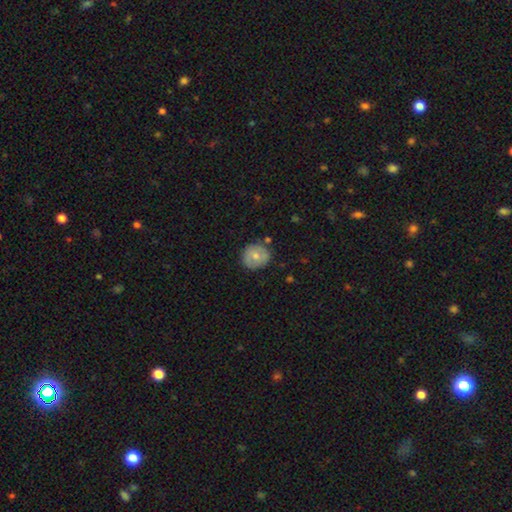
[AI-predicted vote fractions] Smooth or featured: smooth — 66% (featured or disk — 27%)
How rounded: round — 86% (in between — 13%)
Merging: none — 80% (minor disturbance — 14%)